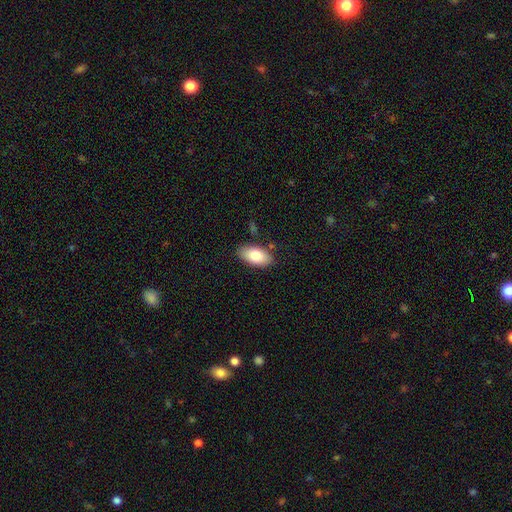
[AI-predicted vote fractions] This appears to be a smooth galaxy with no disk features (80%) that is in between round and cigar-shaped (94%). Merging: none (84%).